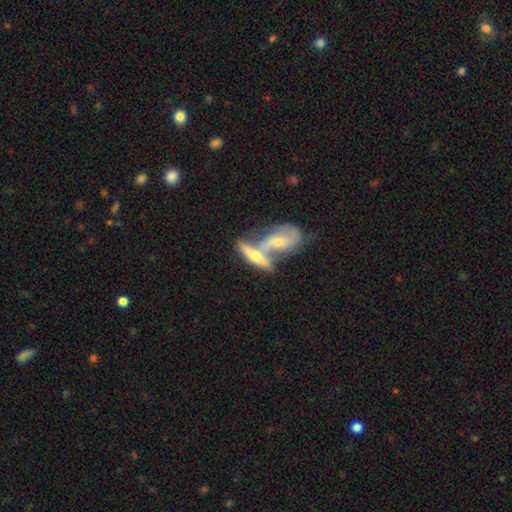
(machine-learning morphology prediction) This is likely a featured or disk galaxy (65%). It is possibly viewed edge-on (52%). Merging: possibly merger (60%).